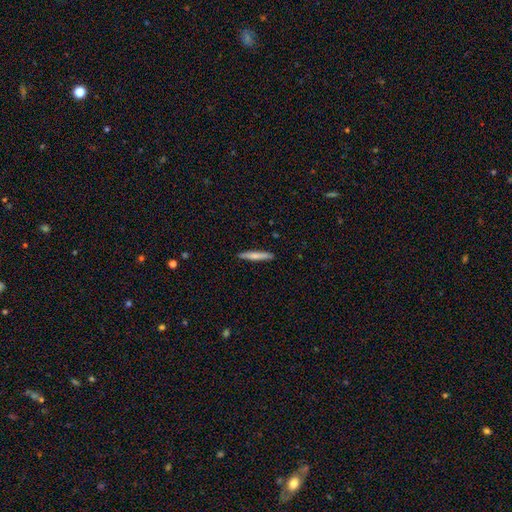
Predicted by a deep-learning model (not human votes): smooth-or-featured: smooth: 70% | featured or disk: 25% | star or artifact: 5%
  how-rounded: cigar-shaped: 94% | in between: 5% | round: 1%
  merging: none: 91% | minor disturbance: 7% | major disturbance: 1% | merger: 1%